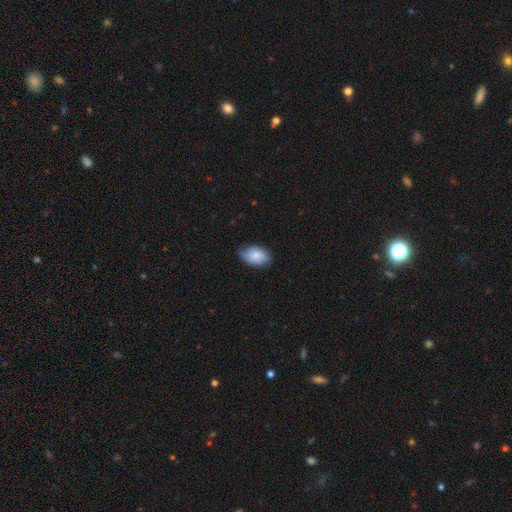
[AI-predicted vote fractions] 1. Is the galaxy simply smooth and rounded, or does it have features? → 77% smooth, 16% featured or disk, 7% star or artifact.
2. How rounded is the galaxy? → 89% in between, 9% round, 2% cigar-shaped.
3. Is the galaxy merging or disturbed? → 71% none, 24% minor disturbance, 4% major disturbance, 1% merger.